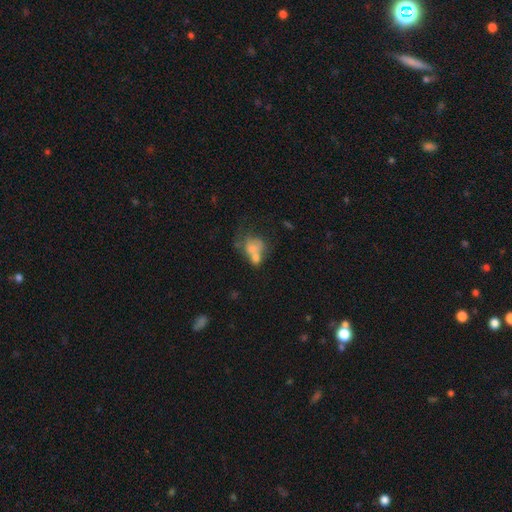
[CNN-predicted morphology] Q: Smooth or featured?
A: smooth (55%); runner-up: featured or disk (30%)
Q: How rounded?
A: in between (56%); runner-up: round (42%)
Q: Merging?
A: merger (48%); runner-up: none (22%)